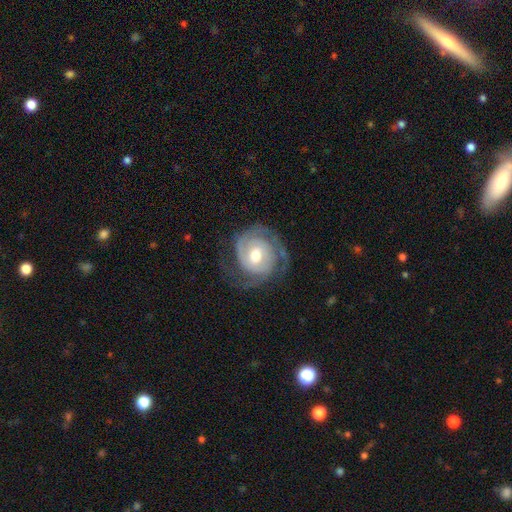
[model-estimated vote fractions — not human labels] Morphology: type=featured or disk (87%); edge-on=no (98%); bar=no (57%); spiral arms=yes (97%); winding=tight (61%); arm count=2 (60%); bulge=moderate (74%); merging=none (71%).